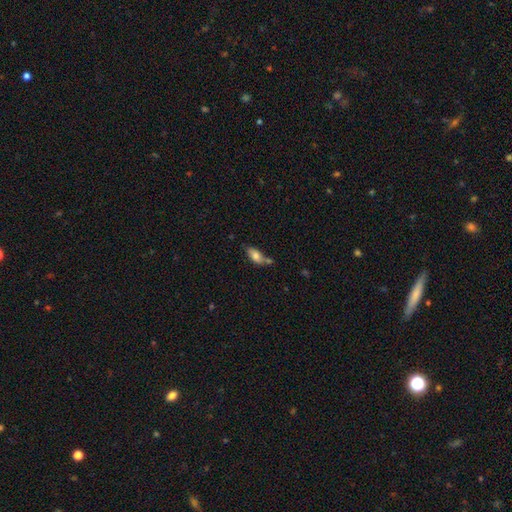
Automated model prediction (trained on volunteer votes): The model was most divided on "merging": none: 48%, merger: 25%, minor disturbance: 20%, major disturbance: 6%. More confident: how rounded — in between (86%); smooth or featured — smooth (76%).